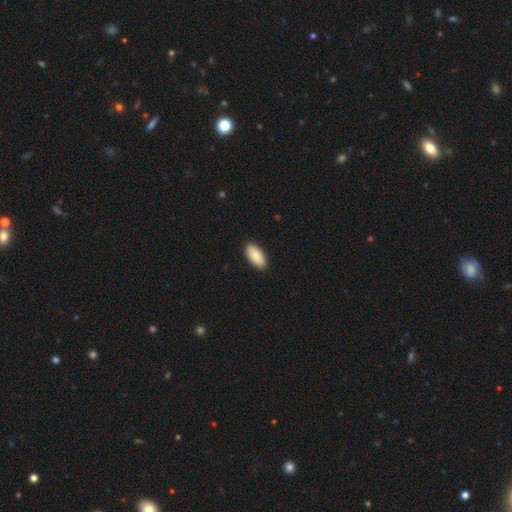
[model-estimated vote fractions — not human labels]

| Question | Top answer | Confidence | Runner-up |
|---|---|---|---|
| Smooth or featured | smooth | 89% | star or artifact (6%) |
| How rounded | in between | 94% | cigar-shaped (4%) |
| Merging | none | 90% | minor disturbance (7%) |